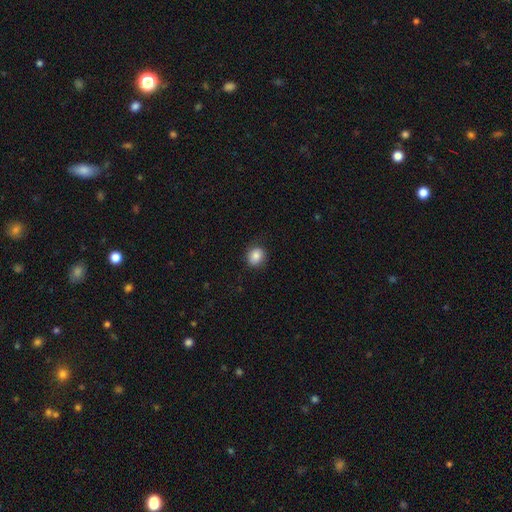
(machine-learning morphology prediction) type=smooth (85%); roundness=round (73%); merging=none (81%).